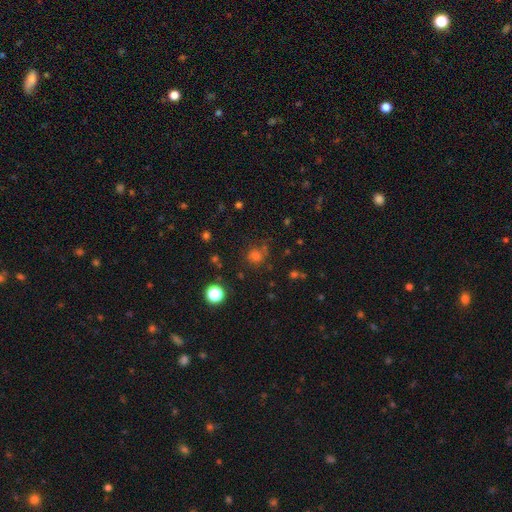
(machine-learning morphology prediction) A smooth galaxy with no disk features (64%) that is round (87%). Merging: none (72%).